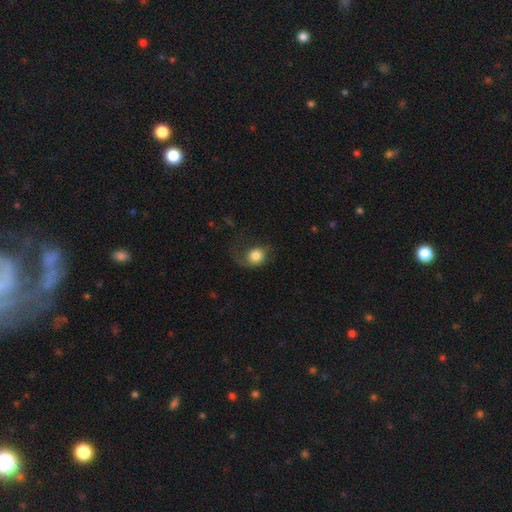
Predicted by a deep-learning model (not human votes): Smooth or featured: smooth — 74% (featured or disk — 18%)
How rounded: round — 64% (in between — 35%)
Merging: none — 39% (major disturbance — 34%)